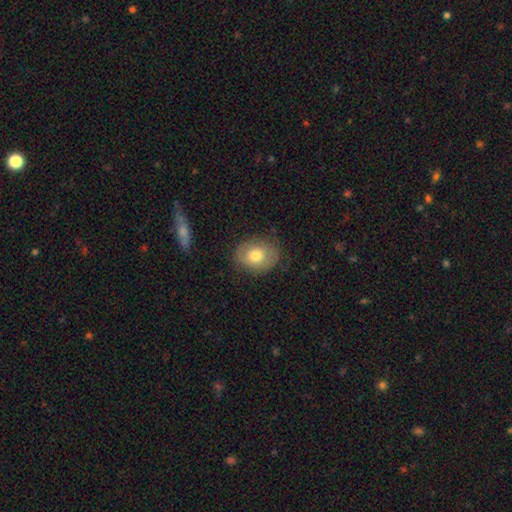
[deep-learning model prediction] A smooth galaxy with no disk features (70%) that is in between round and cigar-shaped (51%).

Vote fractions:
- Smooth or featured? smooth: 70% / featured or disk: 22% / star or artifact: 8%
- How rounded? in between: 51% / round: 48% / cigar-shaped: 1%
- Merging? none: 77% / minor disturbance: 17% / major disturbance: 5% / merger: 1%